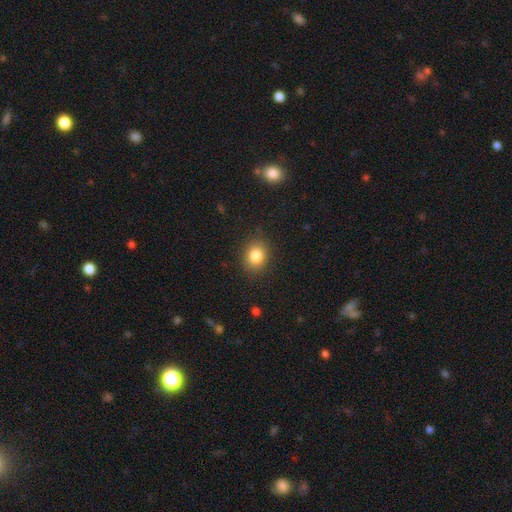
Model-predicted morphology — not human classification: smooth_or_featured: smooth (p=0.83) [alt: star or artifact p=0.11]
how_rounded: round (p=0.52) [alt: in between p=0.47]
merging: none (p=0.86) [alt: minor disturbance p=0.10]